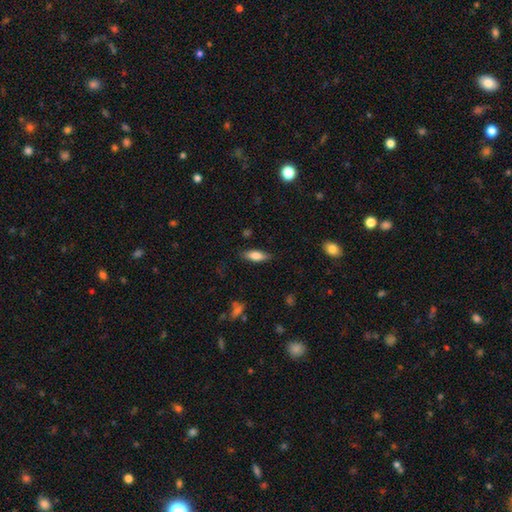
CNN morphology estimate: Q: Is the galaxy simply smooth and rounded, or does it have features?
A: smooth — 75%.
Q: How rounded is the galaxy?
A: in between — 65%.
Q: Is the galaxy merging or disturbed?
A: none — 84%.